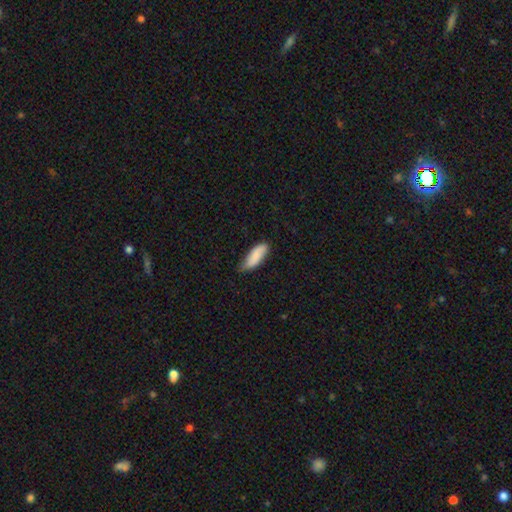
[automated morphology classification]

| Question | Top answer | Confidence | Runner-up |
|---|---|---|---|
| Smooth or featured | smooth | 80% | featured or disk (14%) |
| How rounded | in between | 69% | cigar-shaped (29%) |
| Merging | none | 65% | minor disturbance (29%) |